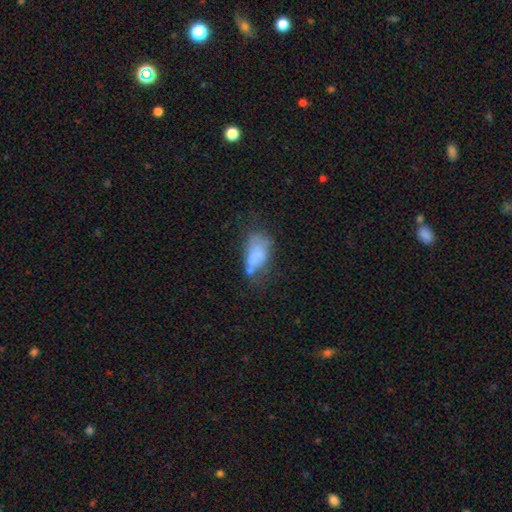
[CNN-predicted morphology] Smooth or featured?
  - smooth: 61% *
  - featured or disk: 27%
  - star or artifact: 12%
How rounded?
  - in between: 89% *
  - cigar-shaped: 6%
  - round: 5%
Merging?
  - none: 30% *
  - minor disturbance: 29%
  - major disturbance: 29%
  - merger: 12%